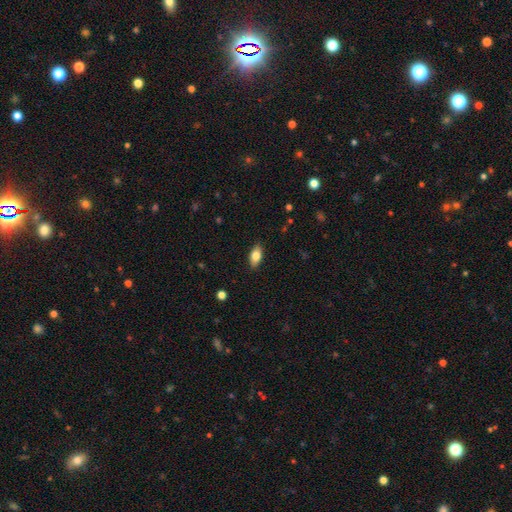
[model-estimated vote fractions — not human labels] smooth 79%, featured or disk 14%, star or artifact 7%. Down the decision tree: how rounded — in between (90%); merging — none (88%).